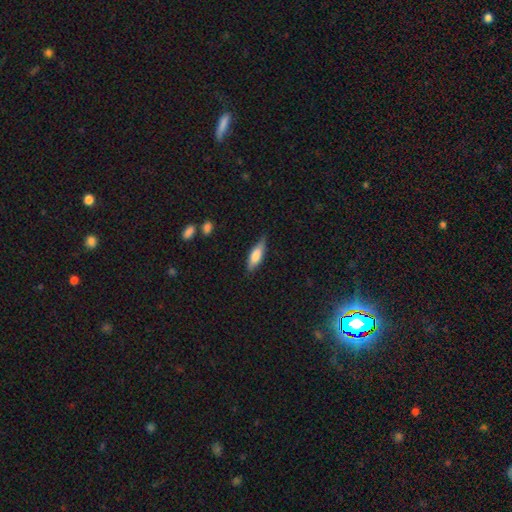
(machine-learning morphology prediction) Smooth or featured: smooth — 70% (featured or disk — 24%)
How rounded: cigar-shaped — 51% (in between — 47%)
Merging: none — 80% (minor disturbance — 16%)